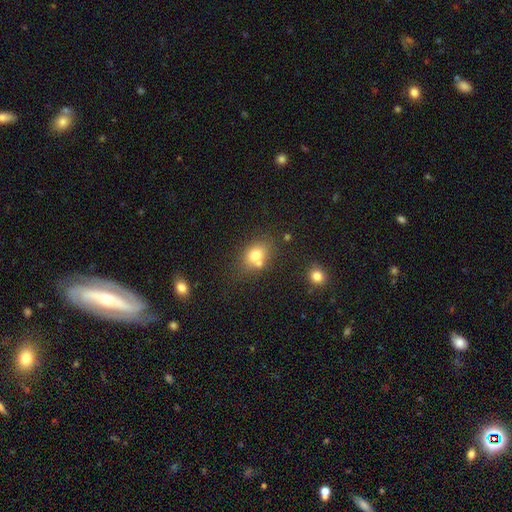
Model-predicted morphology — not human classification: This appears to be a smooth galaxy with no disk features (74%) that is in between round and cigar-shaped (51%). Merging: none (55%).